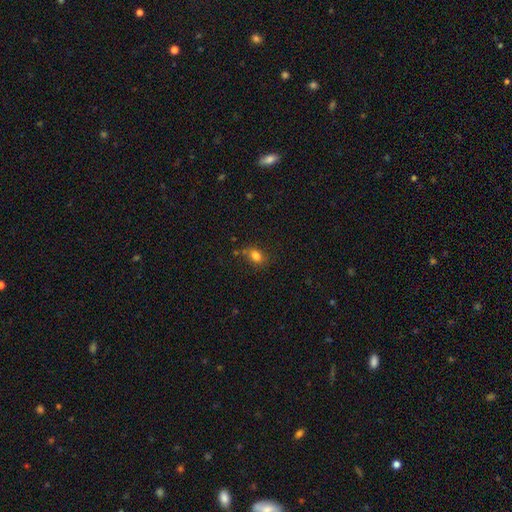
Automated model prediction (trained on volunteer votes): This is clearly a smooth galaxy (80%). How rounded: likely in between (69%). Merging: likely none (66%).